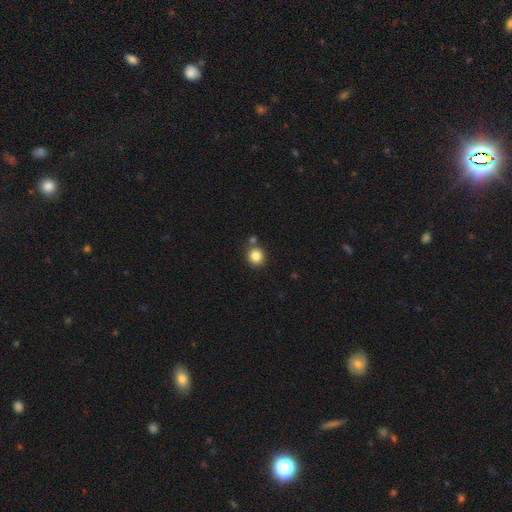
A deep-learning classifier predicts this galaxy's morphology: smooth 85%, star or artifact 10%, featured or disk 5%. Down the decision tree: how rounded — round (86%); merging — none (76%).